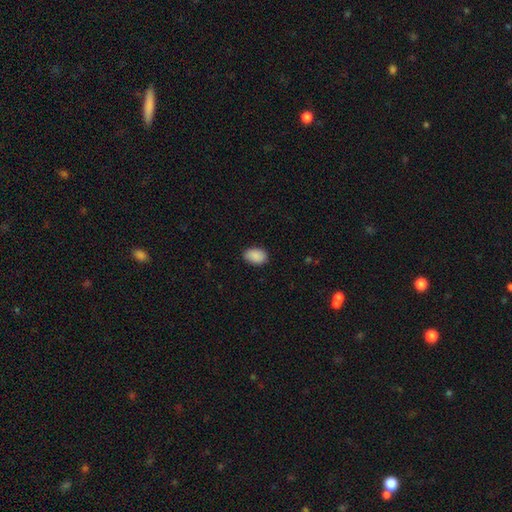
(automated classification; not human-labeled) Q: Smooth or featured?
A: smooth (90%); runner-up: star or artifact (7%)
Q: How rounded?
A: in between (88%); runner-up: round (11%)
Q: Merging?
A: none (87%); runner-up: minor disturbance (10%)